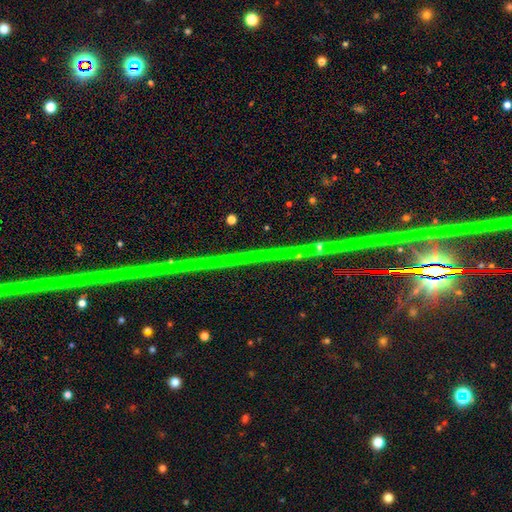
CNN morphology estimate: Smooth or featured? Predicted: star or artifact (p=0.87).